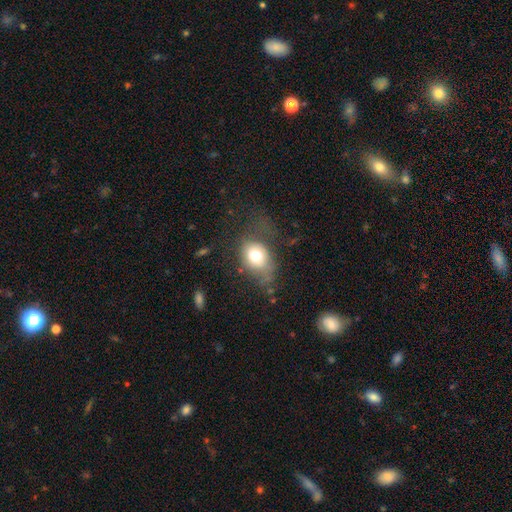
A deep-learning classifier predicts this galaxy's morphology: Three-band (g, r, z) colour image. It shows a smooth galaxy with no disk features (70%) that is in between round and cigar-shaped (64%). Merging: none (43%).